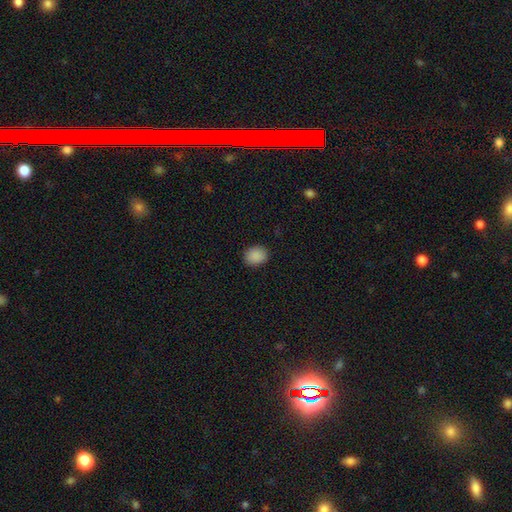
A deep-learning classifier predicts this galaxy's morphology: The model was most divided on "how rounded": round: 54%, in between: 46%, cigar-shaped: 1%. More confident: merging — none (89%); smooth or featured — smooth (89%).